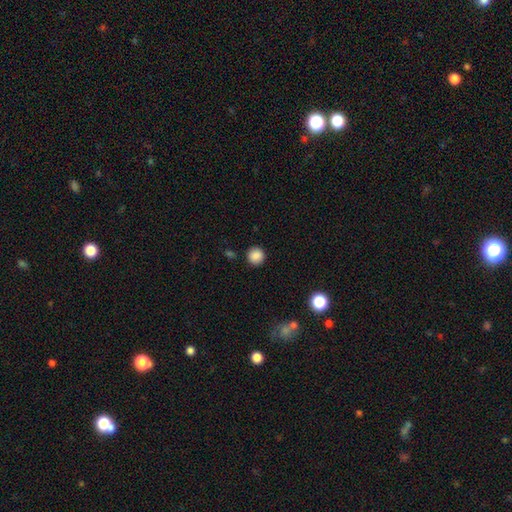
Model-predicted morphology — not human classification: This is clearly a smooth galaxy (87%). How rounded: clearly round (94%). Merging: clearly none (89%).